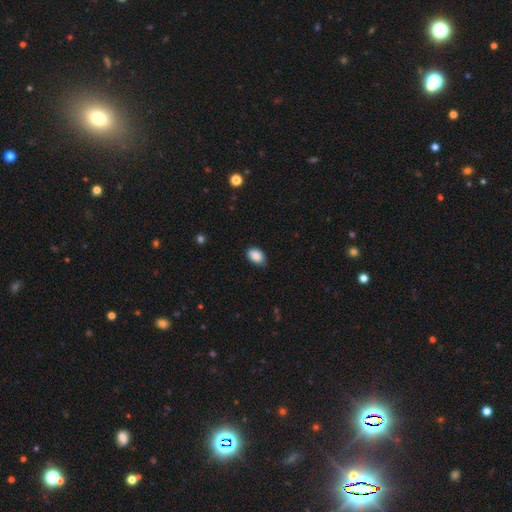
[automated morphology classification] smooth_or_featured: smooth (p=0.88) [alt: star or artifact p=0.07]
how_rounded: in between (p=0.86) [alt: round p=0.12]
merging: none (p=0.78) [alt: minor disturbance p=0.19]